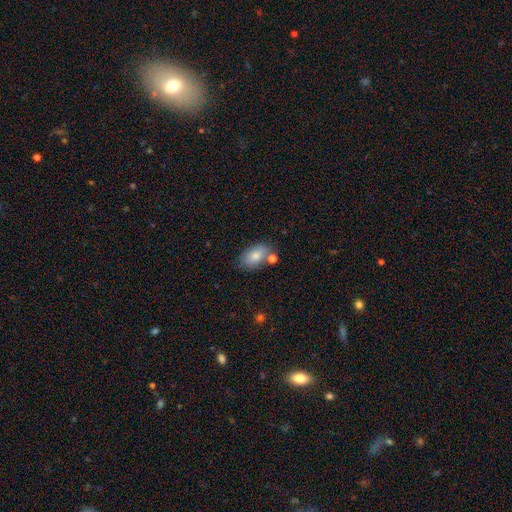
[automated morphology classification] Smooth or featured? Predicted: smooth (p=0.80). How rounded? Predicted: in between (p=0.91). Merging? Predicted: none (p=0.65).